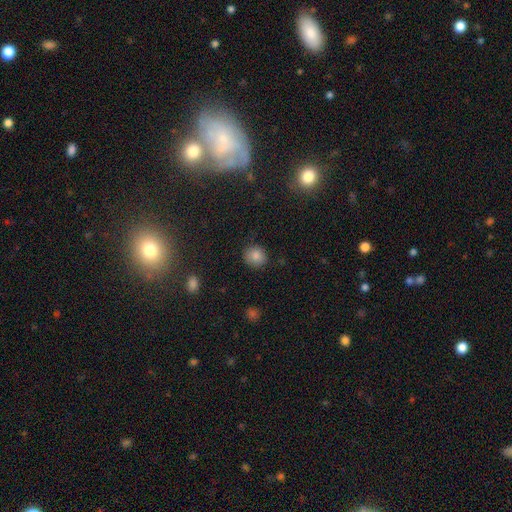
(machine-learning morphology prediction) smooth 84%, star or artifact 11%, featured or disk 5%. Down the decision tree: how rounded — round (78%); merging — none (85%).